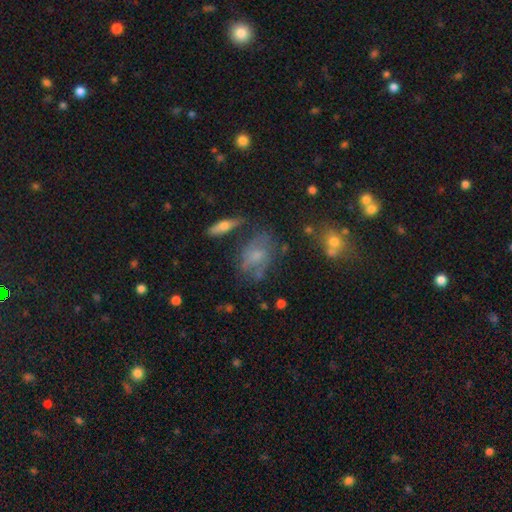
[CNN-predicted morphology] Smooth or featured: smooth — 43% (tied with featured or disk — 43%)
Merging: none — 53% (minor disturbance — 25%)